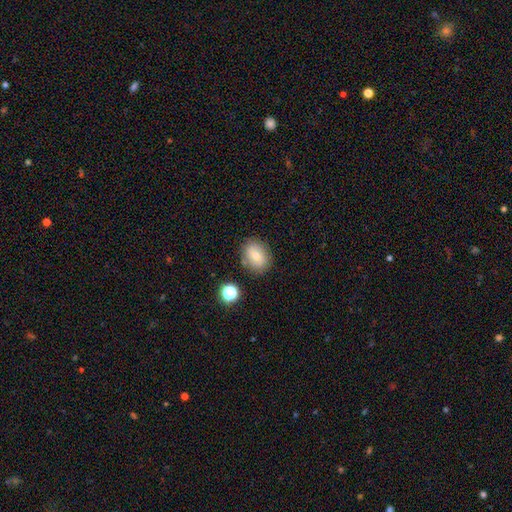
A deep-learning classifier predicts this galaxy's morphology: A smooth galaxy with no disk features (73%) that is in between round and cigar-shaped (60%).

Vote fractions:
- Smooth or featured? smooth: 73% / featured or disk: 17% / star or artifact: 11%
- How rounded? in between: 60% / round: 39% / cigar-shaped: 1%
- Merging? none: 79% / minor disturbance: 13% / merger: 4% / major disturbance: 4%